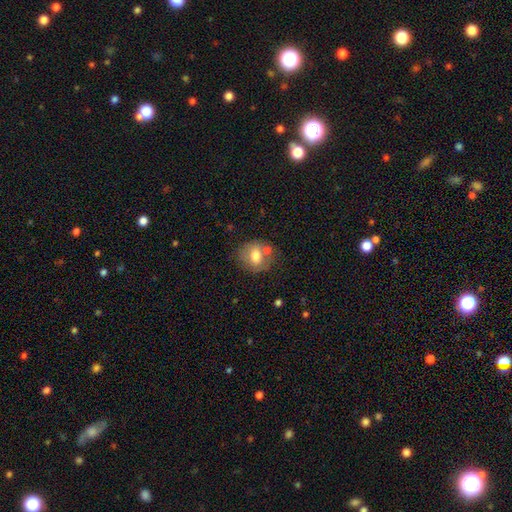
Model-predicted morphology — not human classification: Smooth or featured? smooth (67%)
How rounded? round (66%)
Merging? none (59%)